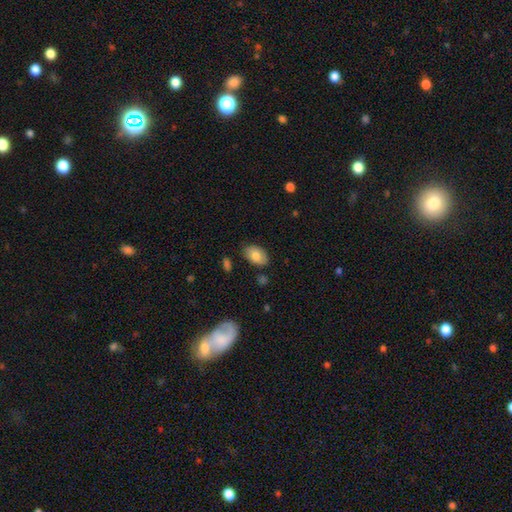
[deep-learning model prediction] Smooth or featured?
  - smooth: 80% *
  - featured or disk: 13%
  - star or artifact: 7%
How rounded?
  - in between: 92% *
  - round: 7%
  - cigar-shaped: 1%
Merging?
  - none: 83% *
  - minor disturbance: 13%
  - major disturbance: 3%
  - merger: 2%